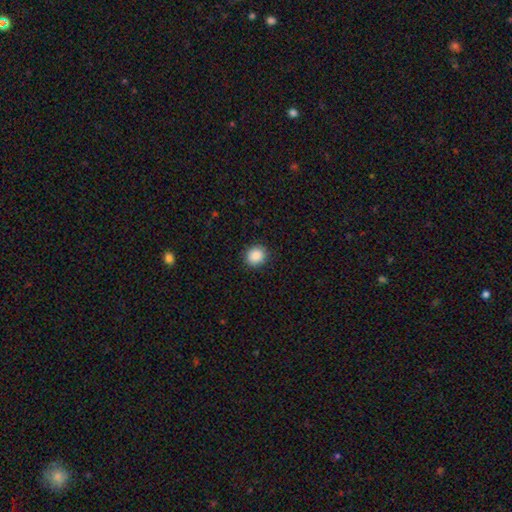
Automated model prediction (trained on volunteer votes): The model was most divided on "how rounded": round: 82%, in between: 17%, cigar-shaped: 1%. More confident: merging — none (89%); smooth or featured — smooth (89%).